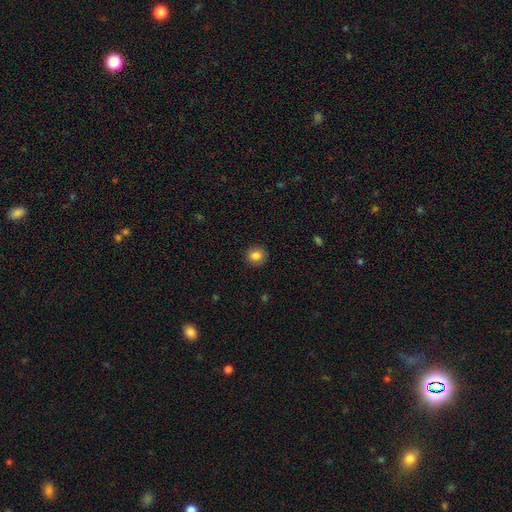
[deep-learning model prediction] Overall: smooth (85%). How rounded: round (85%). Merging: none (90%).